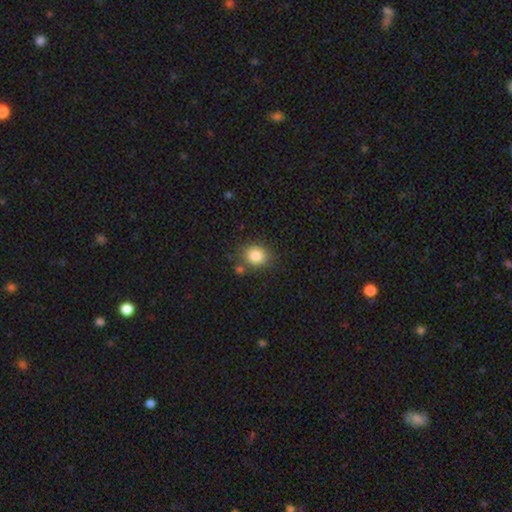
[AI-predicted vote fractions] A smooth galaxy with no disk features (85%) that is round (67%).

Vote fractions:
- Smooth or featured? smooth: 85% / star or artifact: 9% / featured or disk: 6%
- How rounded? round: 67% / in between: 32% / cigar-shaped: 1%
- Merging? none: 75% / minor disturbance: 14% / merger: 7% / major disturbance: 4%